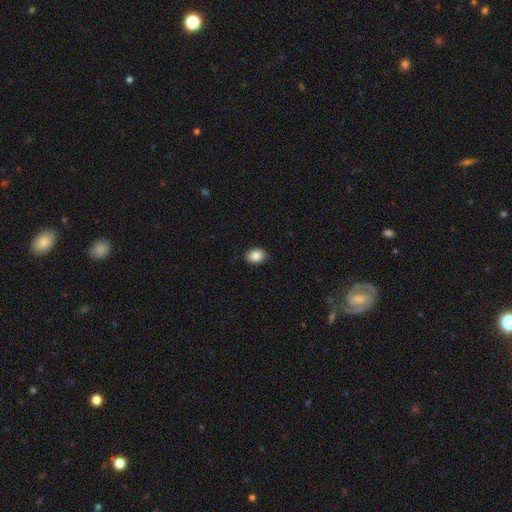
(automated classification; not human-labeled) Overall: smooth (88%). How rounded: in between (70%). Merging: none (88%).